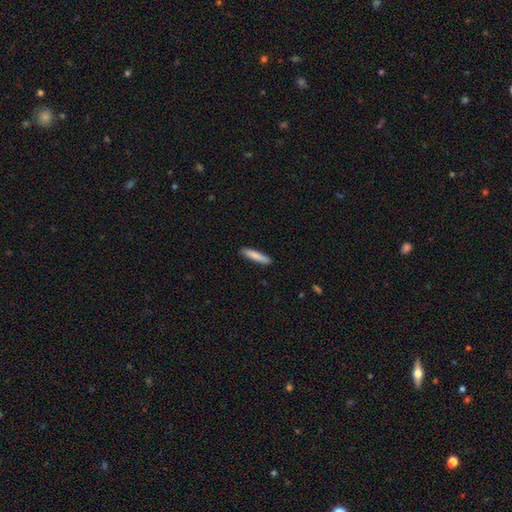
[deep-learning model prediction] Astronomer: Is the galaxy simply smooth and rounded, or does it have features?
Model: smooth — 83%.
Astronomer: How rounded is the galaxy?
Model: cigar-shaped — 90%.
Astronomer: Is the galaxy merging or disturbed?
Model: none — 90%.